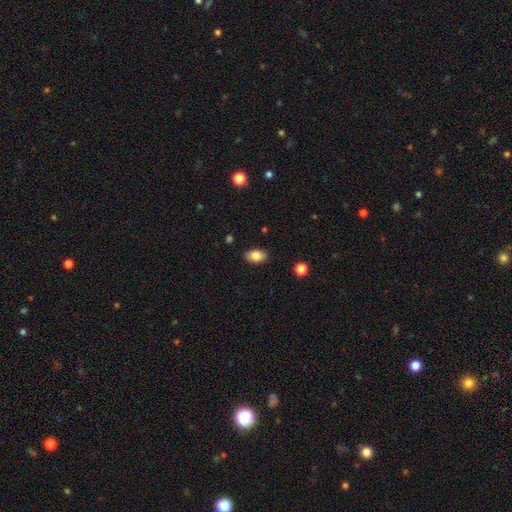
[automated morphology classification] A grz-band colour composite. It shows a smooth galaxy with no disk features (82%) that is in between round and cigar-shaped (87%). Merging: none (87%).